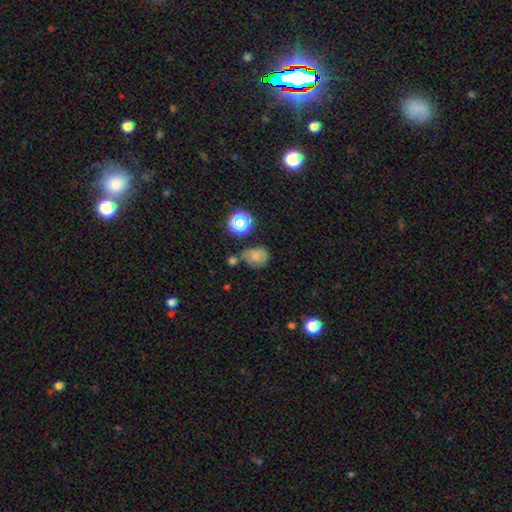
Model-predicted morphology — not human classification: This appears to be a smooth galaxy with no disk features (62%) that is round (50%). Merging: none (50%).